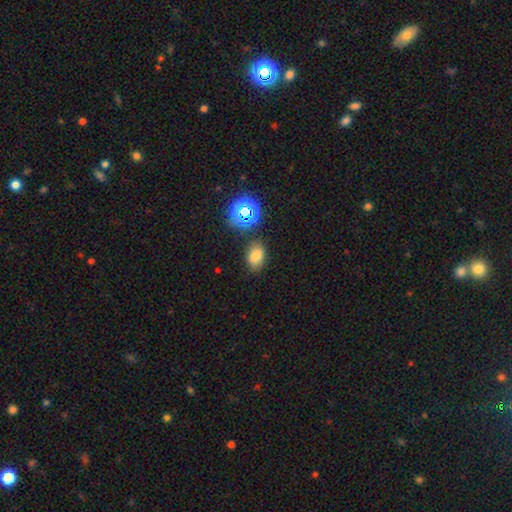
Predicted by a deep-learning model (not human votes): A smooth galaxy with no disk features (73%) that is in between round and cigar-shaped (79%).

Vote fractions:
- Smooth or featured? smooth: 73% / star or artifact: 19% / featured or disk: 8%
- How rounded? in between: 79% / round: 19% / cigar-shaped: 1%
- Merging? none: 77% / minor disturbance: 15% / merger: 4% / major disturbance: 4%